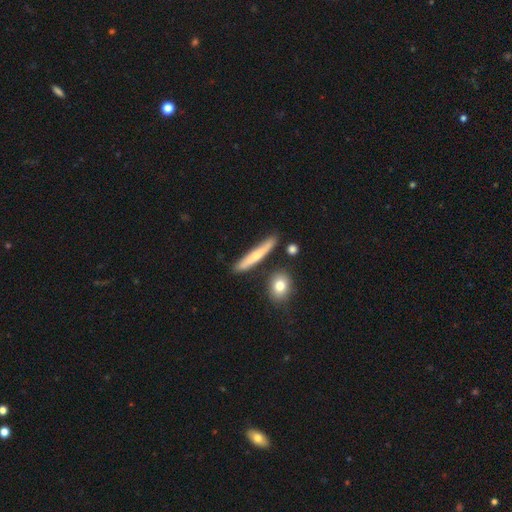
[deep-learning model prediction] The model was most divided on "smooth or featured": smooth: 57%, featured or disk: 36%, star or artifact: 7%. More confident: how rounded — cigar-shaped (90%); merging — none (79%).